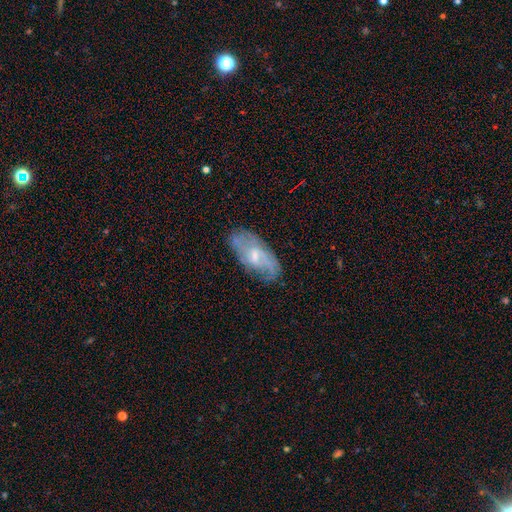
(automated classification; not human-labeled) Smooth or featured: featured or disk — 58% (smooth — 35%)
Edge-on disk: no — 89% (yes — 11%)
Bar: weak — 46% (no — 44%)
Spiral arms: yes — 67% (no — 33%)
Bulge size: moderate — 44% (small — 42%)
Merging: none — 65% (minor disturbance — 24%)